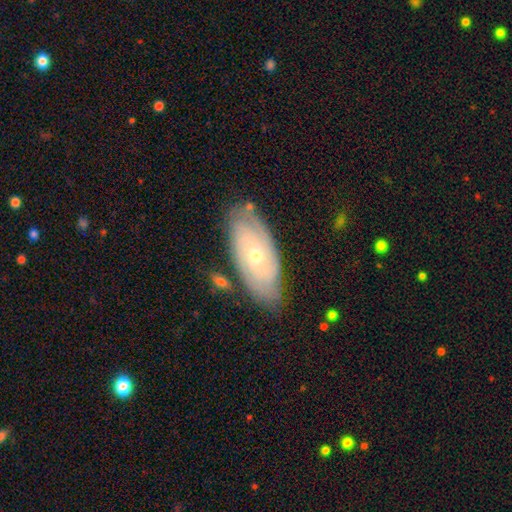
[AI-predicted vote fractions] Smooth or featured? featured or disk (66%)
Edge-on disk? no (89%)
Bar? no (82%)
Spiral arms? yes (79%)
Bulge size? small (66%)
Merging? none (75%)